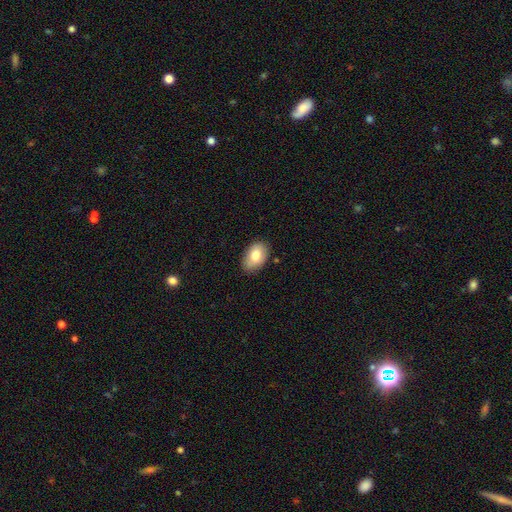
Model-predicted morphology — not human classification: The model was most divided on "smooth or featured": smooth: 79%, featured or disk: 14%, star or artifact: 7%. More confident: how rounded — in between (88%); merging — none (84%).